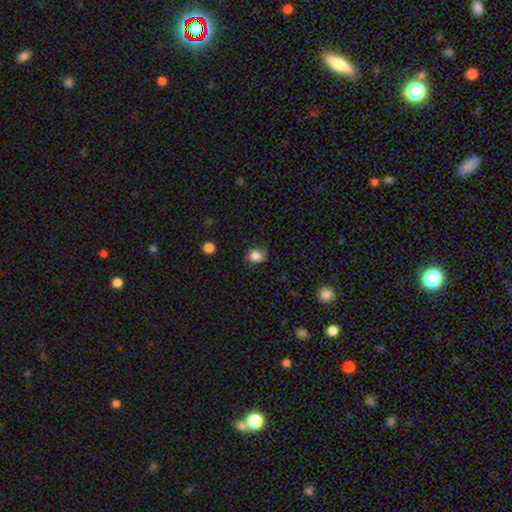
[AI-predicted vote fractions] A smooth galaxy with no disk features (81%) that is round (70%). Merging: none (76%).